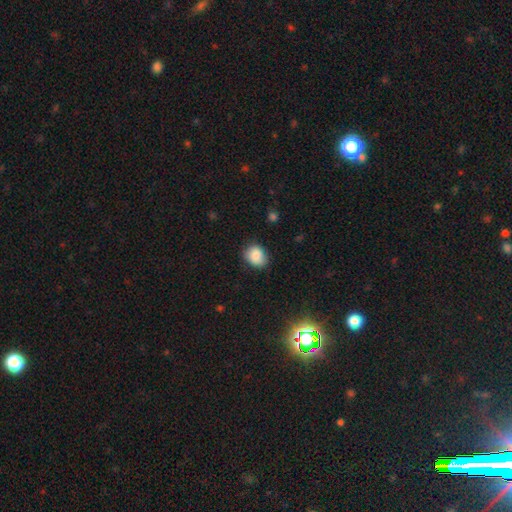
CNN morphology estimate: Smooth or featured? Predicted: smooth (p=0.86). How rounded? Predicted: round (p=0.53). Merging? Predicted: none (p=0.75).